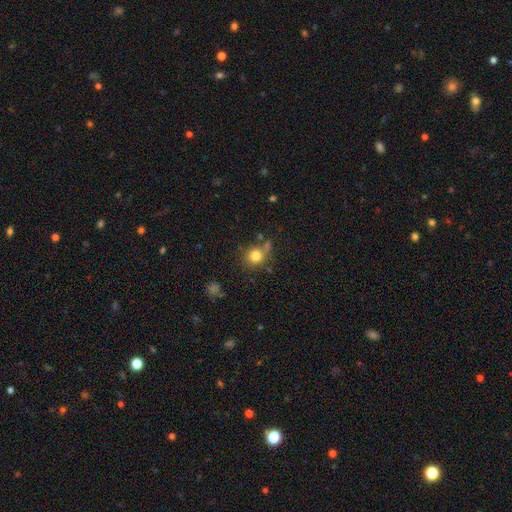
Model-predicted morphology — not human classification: Smooth or featured? Predicted: smooth (p=0.80). How rounded? Predicted: round (p=0.85). Merging? Predicted: none (p=0.68).